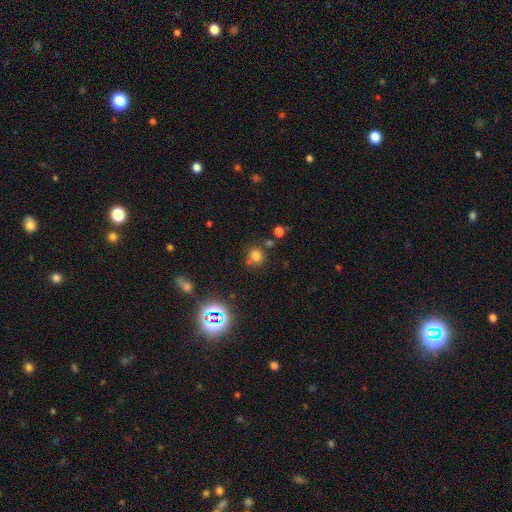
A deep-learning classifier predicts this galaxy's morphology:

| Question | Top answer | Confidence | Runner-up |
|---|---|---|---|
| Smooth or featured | smooth | 73% | star or artifact (20%) |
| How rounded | round | 87% | in between (12%) |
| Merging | none | 74% | minor disturbance (12%) |